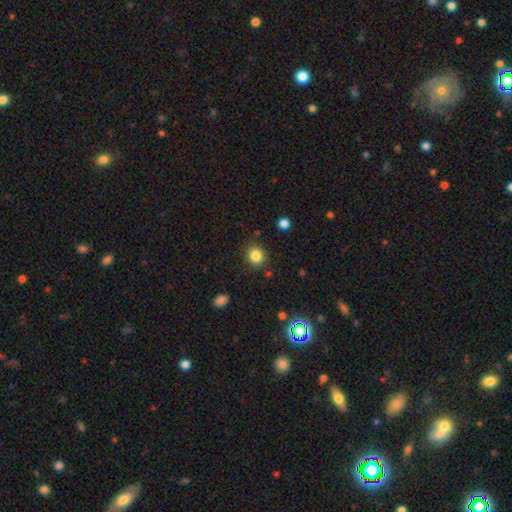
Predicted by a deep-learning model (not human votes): A smooth galaxy with no disk features (84%) that is round (77%).

Vote fractions:
- Smooth or featured? smooth: 84% / star or artifact: 11% / featured or disk: 5%
- How rounded? round: 77% / in between: 22% / cigar-shaped: 1%
- Merging? none: 84% / minor disturbance: 10% / major disturbance: 3% / merger: 3%